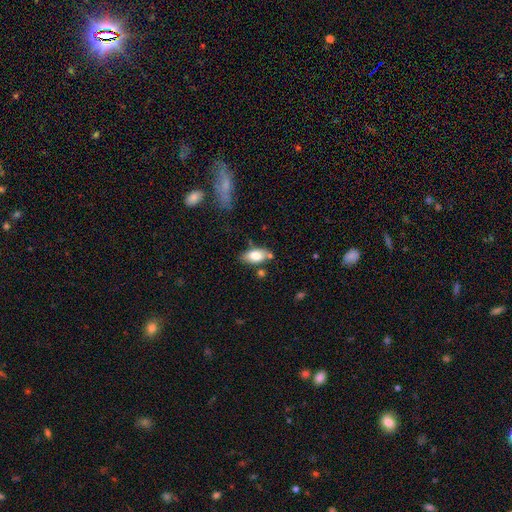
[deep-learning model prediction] This appears to be a smooth galaxy with no disk features (78%) that is in between round and cigar-shaped (90%). Merging: none (73%).